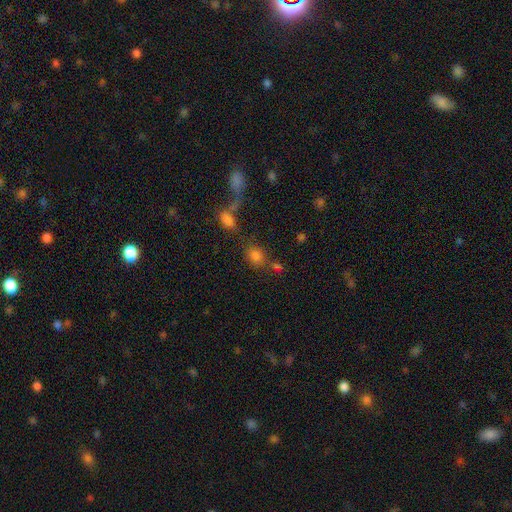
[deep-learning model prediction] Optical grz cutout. It shows a smooth galaxy with no disk features (76%) that is in between round and cigar-shaped (52%). Merging: none (55%).